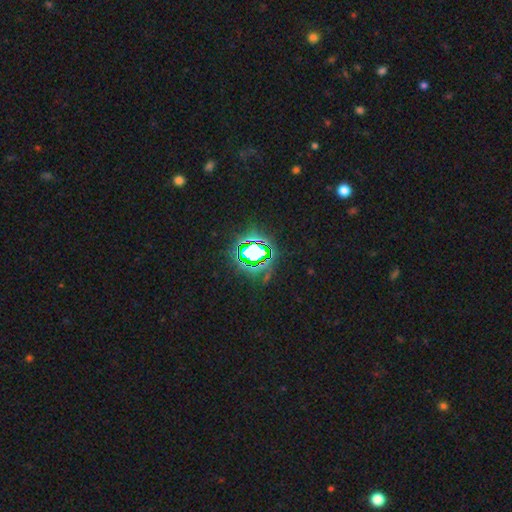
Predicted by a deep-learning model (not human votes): Overall: star or artifact (77%).